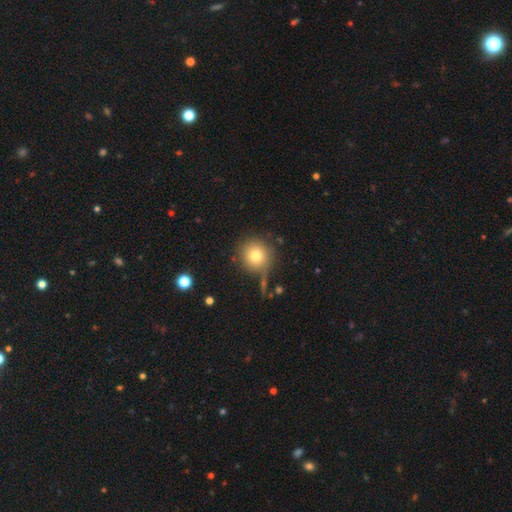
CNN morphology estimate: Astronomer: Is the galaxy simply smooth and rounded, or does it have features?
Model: smooth — 77%.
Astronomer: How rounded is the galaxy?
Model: round — 94%.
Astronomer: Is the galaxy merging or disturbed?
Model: none — 75%.